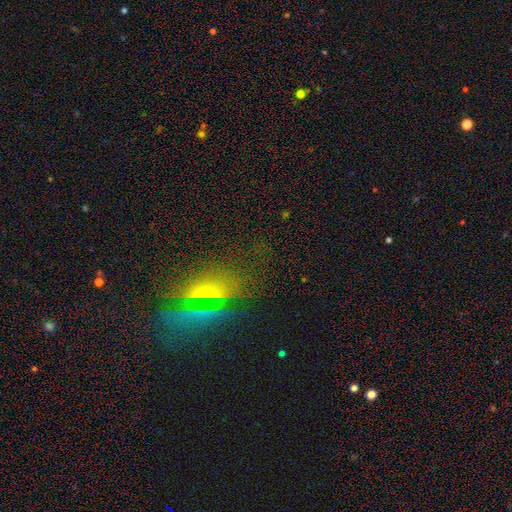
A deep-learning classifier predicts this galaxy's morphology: Smooth or featured?
  - star or artifact: 43% *
  - featured or disk: 31%
  - smooth: 26%